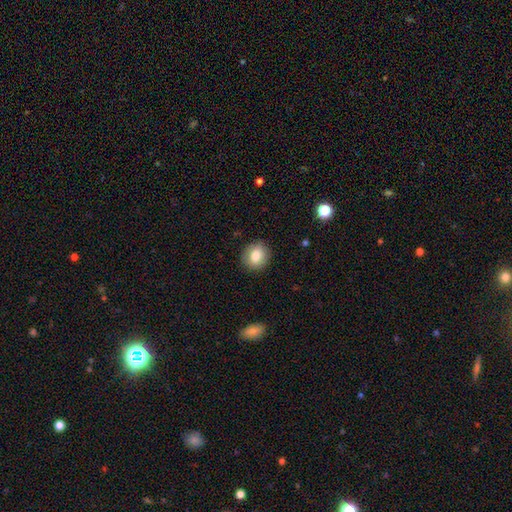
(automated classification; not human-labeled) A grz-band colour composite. It shows a smooth galaxy with no disk features (81%) that is round (74%). Merging: none (88%).